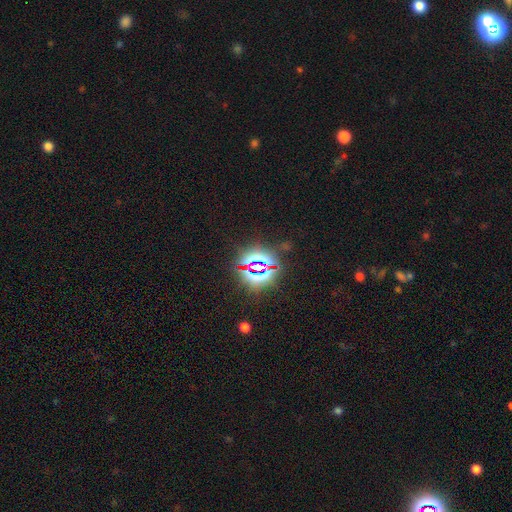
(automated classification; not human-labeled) A star or artifact, not a galaxy (83%).

Vote fractions:
- Smooth or featured? star or artifact: 83% / smooth: 11% / featured or disk: 6%